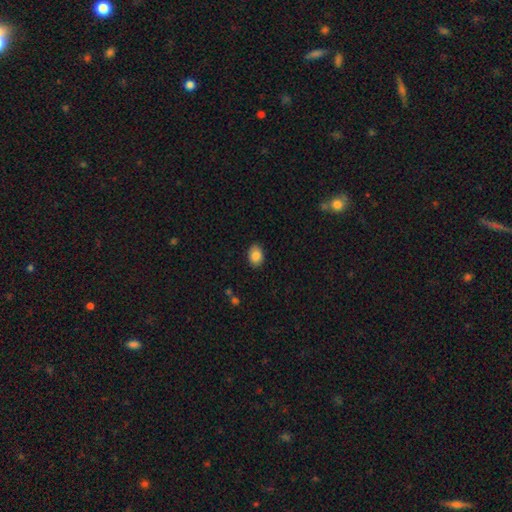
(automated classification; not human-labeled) smooth_or_featured: smooth (p=0.87) [alt: star or artifact p=0.08]
how_rounded: in between (p=0.74) [alt: round p=0.25]
merging: none (p=0.87) [alt: minor disturbance p=0.10]